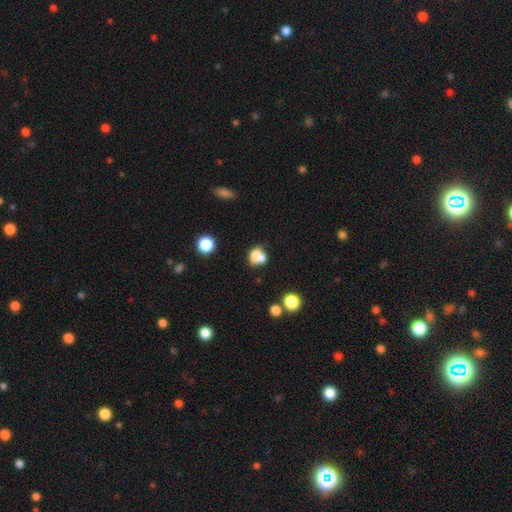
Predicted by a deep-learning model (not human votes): This appears to be a smooth galaxy with no disk features (69%) that is round (61%). Merging: merger (56%).